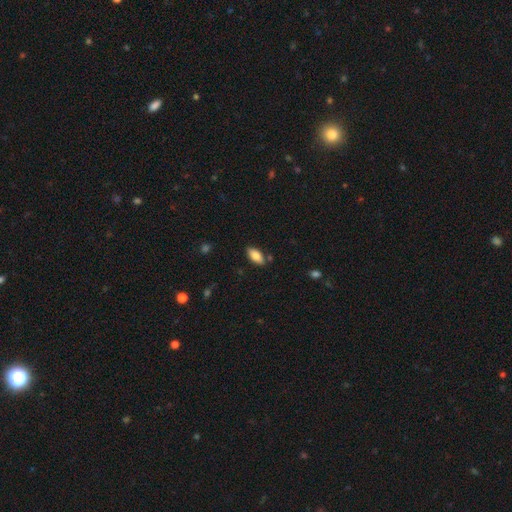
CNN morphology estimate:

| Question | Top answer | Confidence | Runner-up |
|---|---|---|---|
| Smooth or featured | smooth | 81% | featured or disk (12%) |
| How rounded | in between | 89% | cigar-shaped (9%) |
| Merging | none | 83% | minor disturbance (11%) |